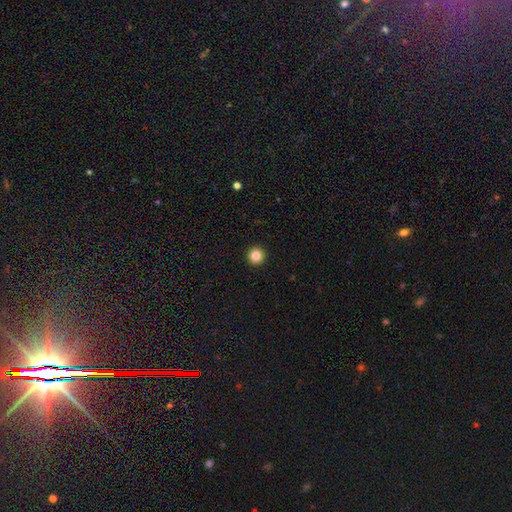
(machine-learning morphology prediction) Smooth or featured? Predicted: smooth (p=0.84). How rounded? Predicted: round (p=0.96). Merging? Predicted: none (p=0.94).